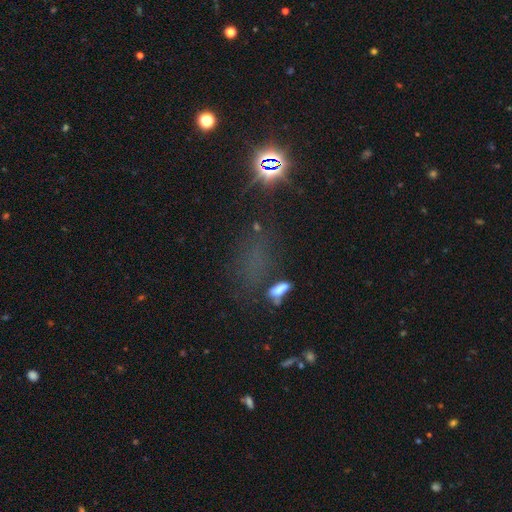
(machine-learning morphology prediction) Smooth or featured? Predicted: star or artifact (p=0.47).